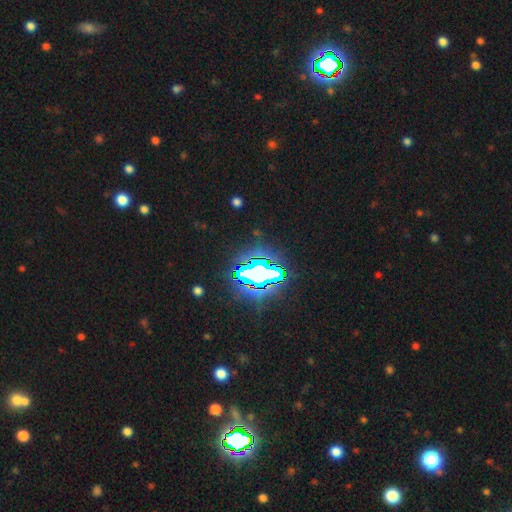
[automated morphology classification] Smooth or featured: star or artifact — 76% (smooth — 13%)